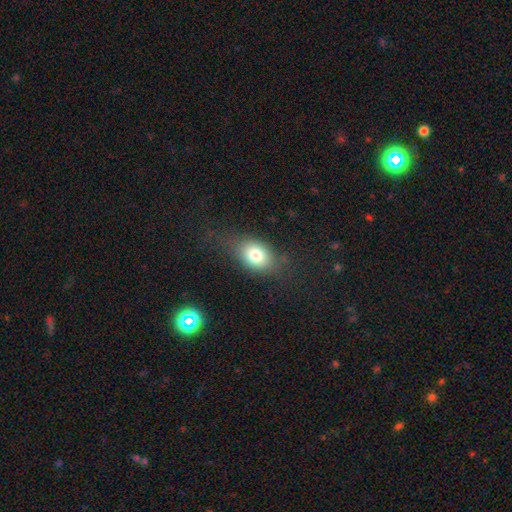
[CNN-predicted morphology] smooth 75%, featured or disk 13%, star or artifact 12%. Down the decision tree: how rounded — in between (68%); merging — none (67%).